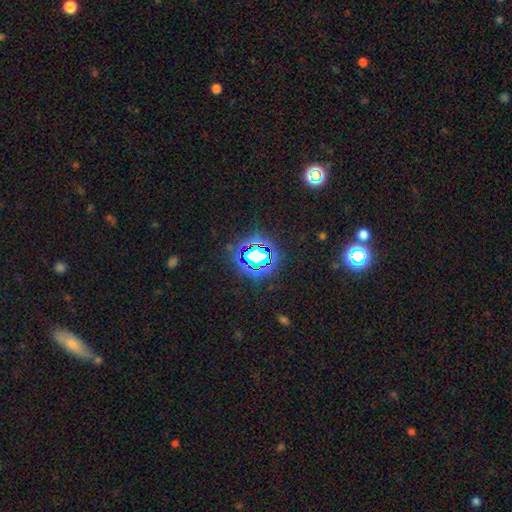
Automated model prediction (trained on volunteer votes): smooth_or_featured: star or artifact (p=0.66) [alt: smooth p=0.22]